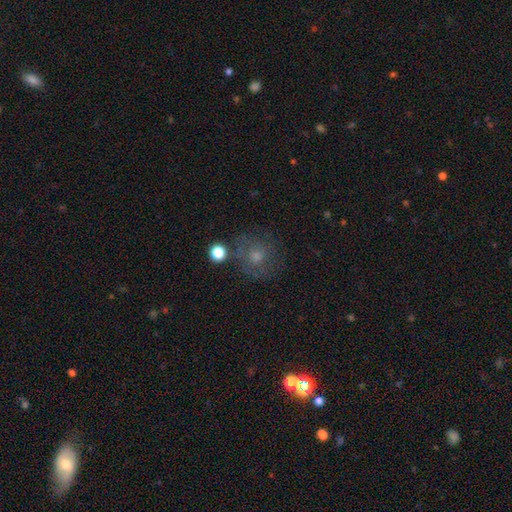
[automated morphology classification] smooth_or_featured: smooth (p=0.53) [alt: featured or disk p=0.29]
how_rounded: round (p=0.86) [alt: in between p=0.13]
merging: none (p=0.68) [alt: minor disturbance p=0.16]